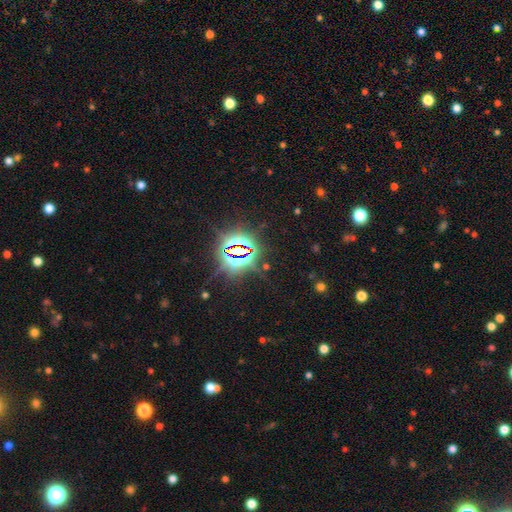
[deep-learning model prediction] Q: Smooth or featured?
A: star or artifact (82%); runner-up: smooth (10%)